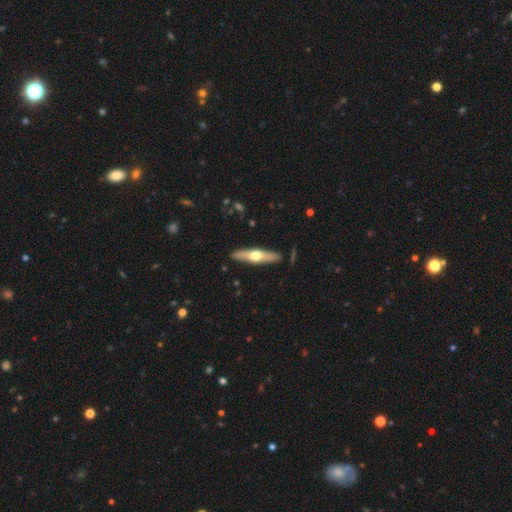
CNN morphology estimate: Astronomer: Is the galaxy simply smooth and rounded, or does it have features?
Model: featured or disk — 57% (runner-up: smooth, 38%).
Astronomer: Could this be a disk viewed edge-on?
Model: yes — 92%.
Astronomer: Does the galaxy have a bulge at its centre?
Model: rounded — 94%.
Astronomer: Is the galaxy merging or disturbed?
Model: none — 90%.